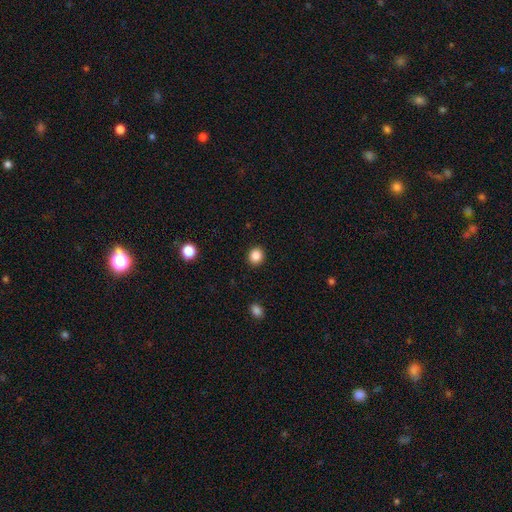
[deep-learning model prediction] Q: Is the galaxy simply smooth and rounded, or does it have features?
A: smooth — 86%.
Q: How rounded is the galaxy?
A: round — 78%.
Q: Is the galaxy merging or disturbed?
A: none — 92%.